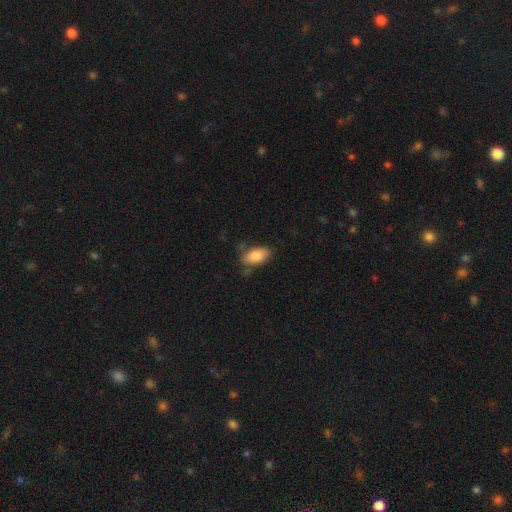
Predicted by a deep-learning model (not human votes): Smooth or featured? smooth (86%)
How rounded? in between (92%)
Merging? none (65%)